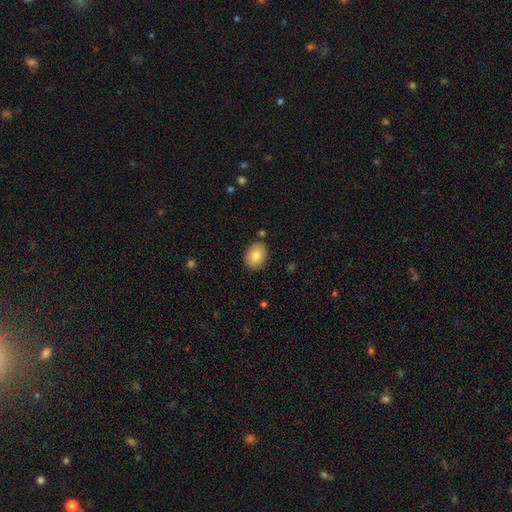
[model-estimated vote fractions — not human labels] smooth-or-featured: smooth: 80% | featured or disk: 12% | star or artifact: 8%
  how-rounded: in between: 51% | round: 48% | cigar-shaped: 1%
  merging: none: 85% | minor disturbance: 10% | merger: 3% | major disturbance: 2%